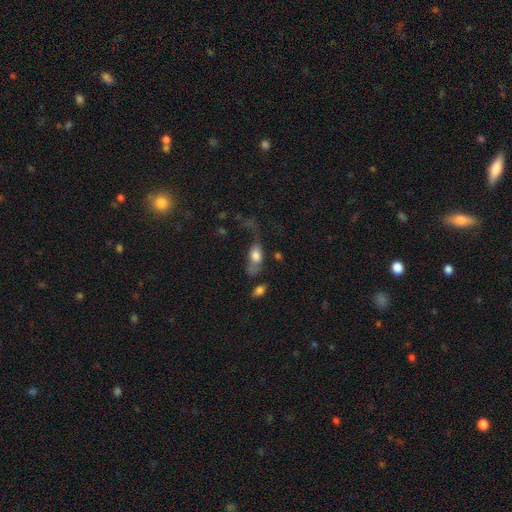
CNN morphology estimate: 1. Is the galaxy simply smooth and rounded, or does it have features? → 70% smooth, 21% featured or disk, 9% star or artifact.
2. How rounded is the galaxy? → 83% in between, 9% round, 8% cigar-shaped.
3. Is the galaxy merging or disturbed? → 38% major disturbance, 26% none, 20% minor disturbance, 16% merger.